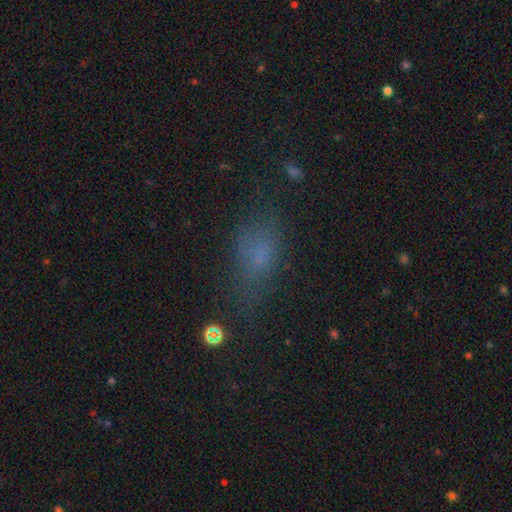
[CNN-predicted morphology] Smooth or featured? Predicted: smooth (p=0.62). How rounded? Predicted: in between (p=0.73). Merging? Predicted: none (p=0.61).